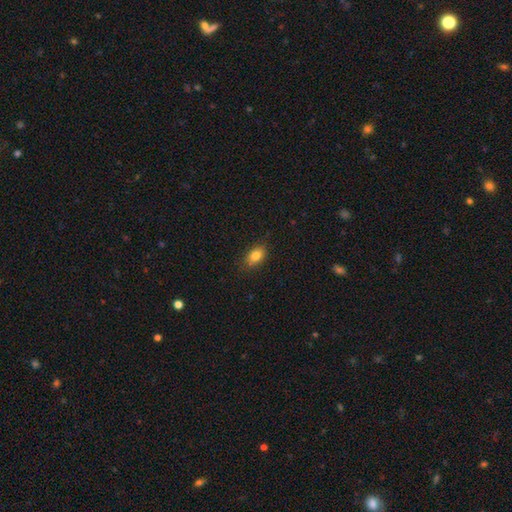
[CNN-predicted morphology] Smooth or featured?
  - smooth: 83% *
  - star or artifact: 9%
  - featured or disk: 8%
How rounded?
  - in between: 84% *
  - round: 13%
  - cigar-shaped: 2%
Merging?
  - none: 83% *
  - minor disturbance: 13%
  - major disturbance: 3%
  - merger: 1%